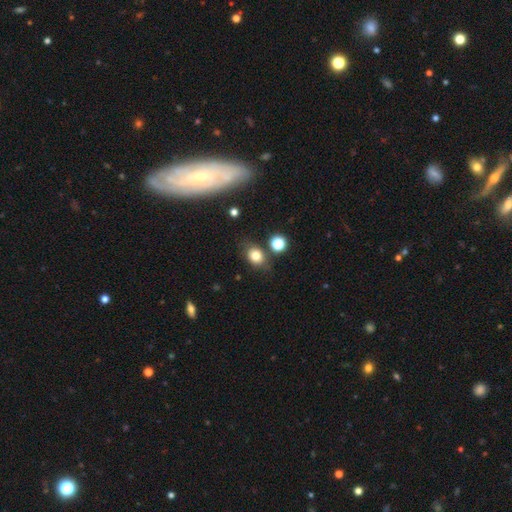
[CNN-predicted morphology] A smooth galaxy with no disk features (78%) that is in between round and cigar-shaped (56%). Merging: none (73%).